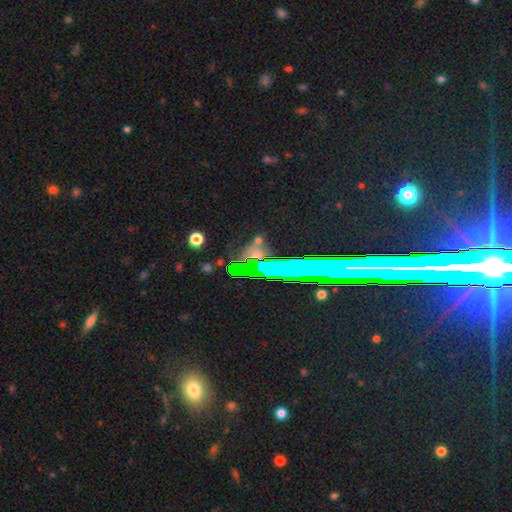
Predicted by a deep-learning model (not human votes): smooth-or-featured: star or artifact: 58% | smooth: 29% | featured or disk: 13%